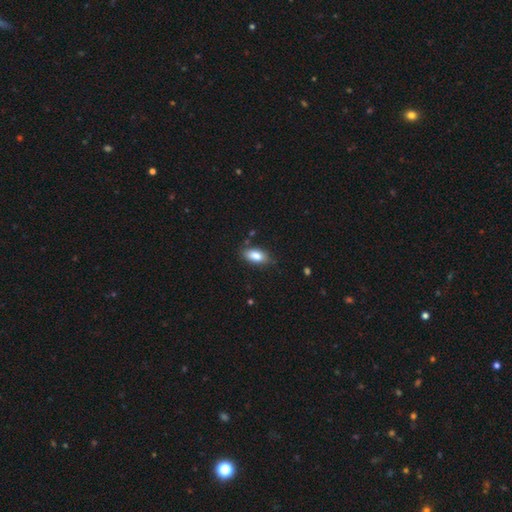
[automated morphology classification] A smooth galaxy with no disk features (85%) that is in between round and cigar-shaped (90%).

Vote fractions:
- Smooth or featured? smooth: 85% / featured or disk: 8% / star or artifact: 7%
- How rounded? in between: 90% / cigar-shaped: 6% / round: 4%
- Merging? none: 81% / minor disturbance: 14% / major disturbance: 3% / merger: 2%